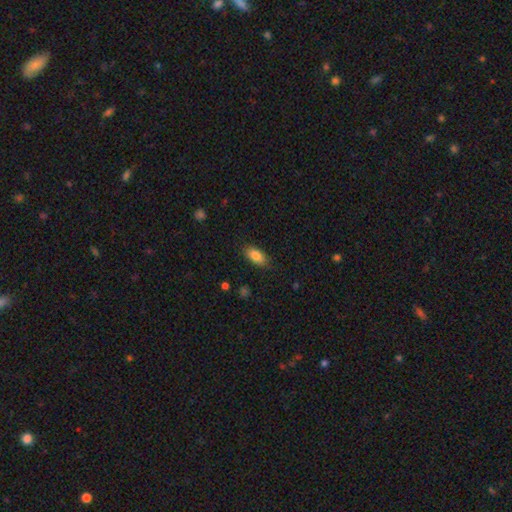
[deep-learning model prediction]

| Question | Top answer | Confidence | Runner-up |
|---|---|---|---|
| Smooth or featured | smooth | 84% | featured or disk (8%) |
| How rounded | in between | 90% | cigar-shaped (6%) |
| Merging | none | 83% | minor disturbance (13%) |